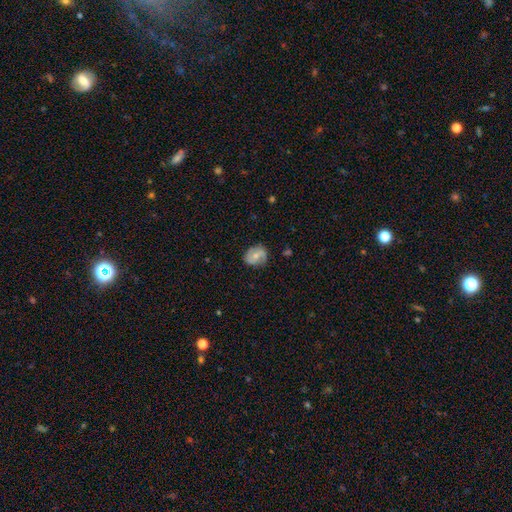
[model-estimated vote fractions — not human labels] A featured or disk galaxy (55%) with no bar (56%), spiral arms (82%) and a moderate central bulge (57%).

Vote fractions:
- Smooth or featured? featured or disk: 55% / smooth: 38% / star or artifact: 7%
- Edge-on disk? no: 97% / yes: 3%
- Bar? no: 56% / weak: 35% / strong: 9%
- Spiral arms? yes: 82% / no: 18%
- Bulge size? moderate: 57% / small: 38% / none: 2% / large: 2% / dominant: 1%
- Merging? none: 73% / minor disturbance: 21% / major disturbance: 5% / merger: 1%